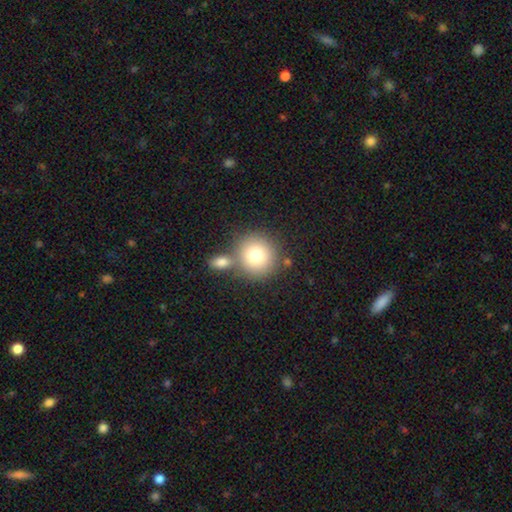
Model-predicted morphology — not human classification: A smooth galaxy with no disk features (78%) that is round (91%).

Vote fractions:
- Smooth or featured? smooth: 78% / featured or disk: 12% / star or artifact: 10%
- How rounded? round: 91% / in between: 8% / cigar-shaped: 1%
- Merging? none: 64% / merger: 25% / minor disturbance: 9% / major disturbance: 3%